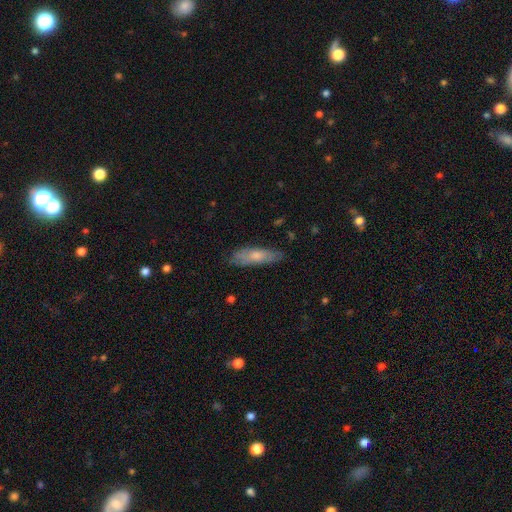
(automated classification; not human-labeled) Morphology: type=smooth (61%); roundness=cigar-shaped (55%); merging=none (76%).